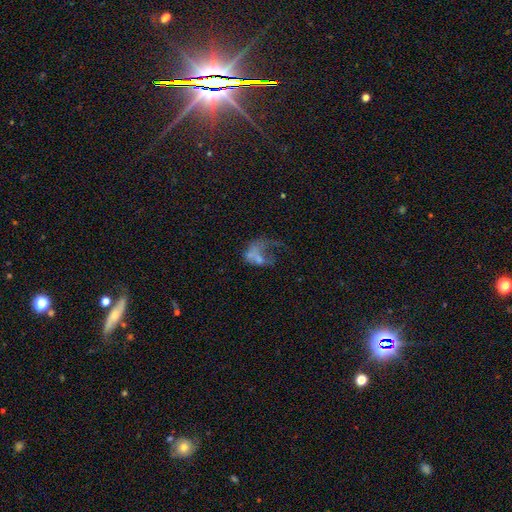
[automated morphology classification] smooth_or_featured: featured or disk (p=0.48) [alt: smooth p=0.39]
merging: major disturbance (p=0.53) [alt: merger p=0.20]